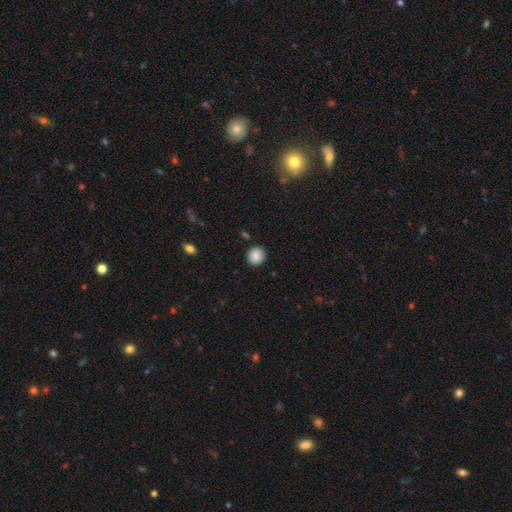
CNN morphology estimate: This appears to be a smooth galaxy with no disk features (89%) that is round (89%). Merging: none (90%).